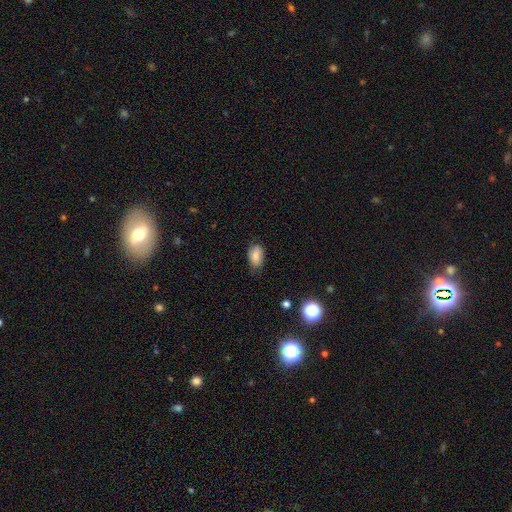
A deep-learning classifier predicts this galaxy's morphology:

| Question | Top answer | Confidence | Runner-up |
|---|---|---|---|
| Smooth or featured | smooth | 77% | featured or disk (13%) |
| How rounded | in between | 89% | round (9%) |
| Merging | none | 68% | minor disturbance (26%) |